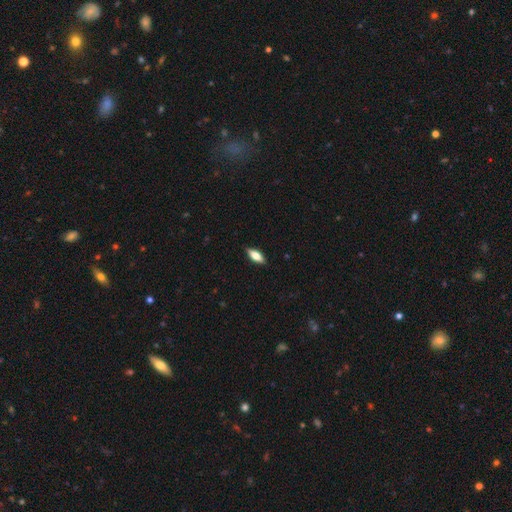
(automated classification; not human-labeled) Smooth or featured?
  - smooth: 67% *
  - featured or disk: 26%
  - star or artifact: 7%
How rounded?
  - in between: 71% *
  - cigar-shaped: 26%
  - round: 3%
Merging?
  - none: 88% *
  - minor disturbance: 9%
  - major disturbance: 2%
  - merger: 1%